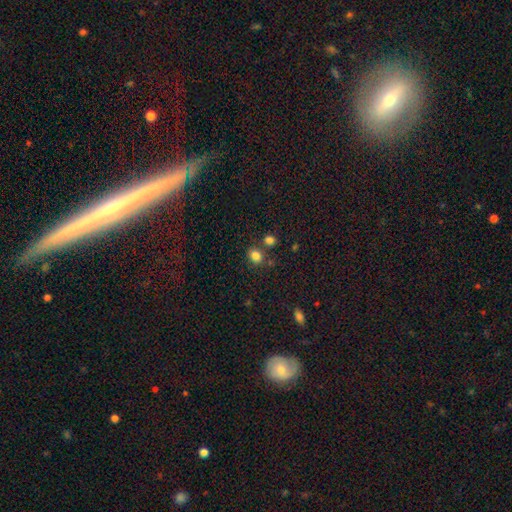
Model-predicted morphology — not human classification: type=smooth (82%); roundness=round (61%); merging=none (70%).